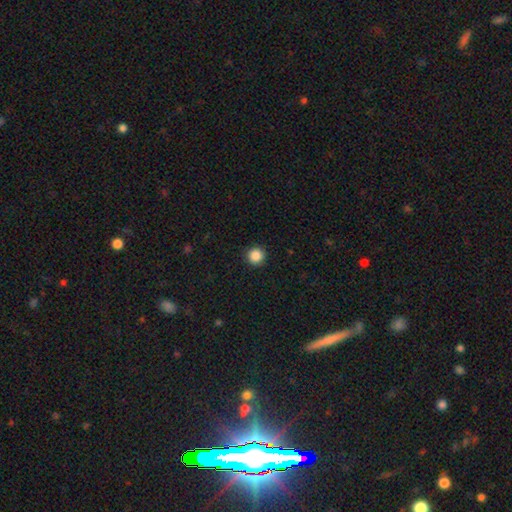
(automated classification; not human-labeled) This appears to be a smooth galaxy with no disk features (87%) that is round (96%). Merging: none (93%).